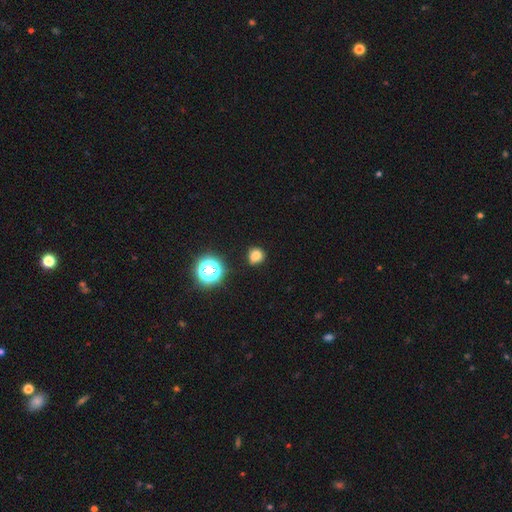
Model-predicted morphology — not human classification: smooth-or-featured: smooth: 76% | star or artifact: 18% | featured or disk: 6%
  how-rounded: round: 75% | in between: 24% | cigar-shaped: 1%
  merging: none: 76% | minor disturbance: 16% | merger: 4% | major disturbance: 4%